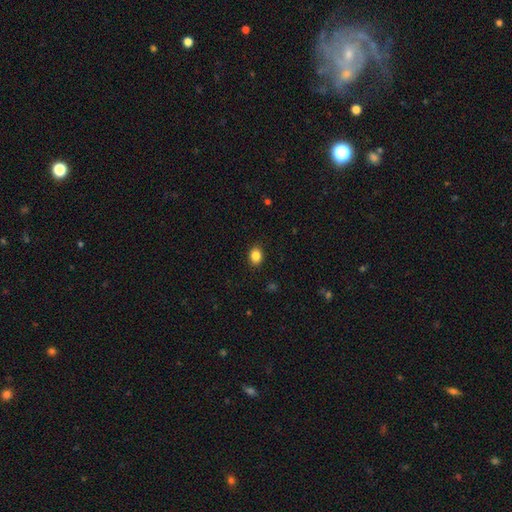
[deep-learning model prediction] smooth_or_featured: smooth (p=0.86) [alt: star or artifact p=0.10]
how_rounded: in between (p=0.61) [alt: round p=0.38]
merging: none (p=0.89) [alt: minor disturbance p=0.08]